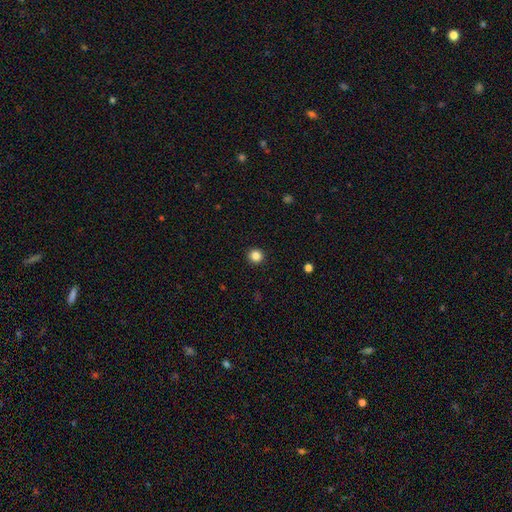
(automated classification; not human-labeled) Smooth or featured: smooth — 85% (star or artifact — 11%)
How rounded: round — 95% (in between — 4%)
Merging: none — 93% (minor disturbance — 4%)